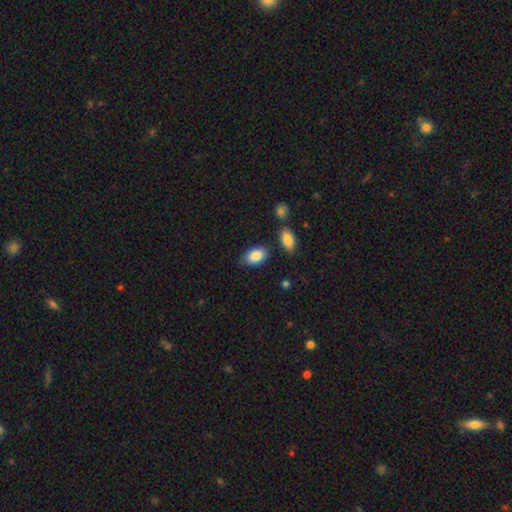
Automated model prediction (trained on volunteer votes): This is clearly a smooth galaxy (87%). How rounded: clearly in between (93%). Merging: likely none (78%).